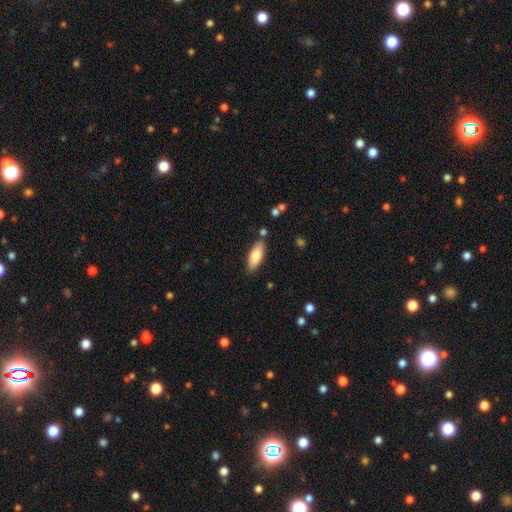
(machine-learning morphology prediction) Smooth or featured?
  - smooth: 78% *
  - featured or disk: 16%
  - star or artifact: 6%
How rounded?
  - in between: 74% *
  - cigar-shaped: 24%
  - round: 2%
Merging?
  - none: 83% *
  - minor disturbance: 11%
  - merger: 3%
  - major disturbance: 2%